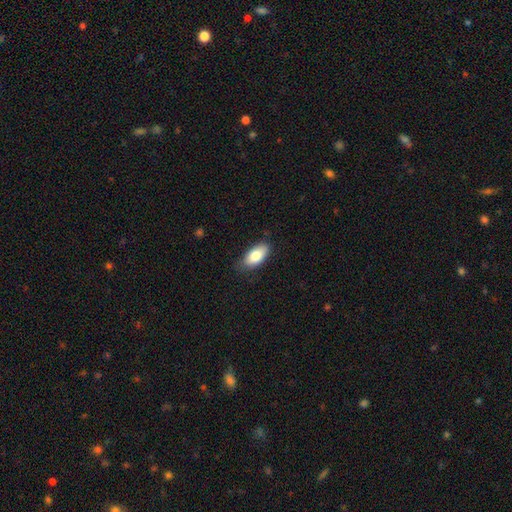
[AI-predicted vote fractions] The model was most divided on "merging": none: 79%, minor disturbance: 17%, major disturbance: 3%, merger: 1%. More confident: how rounded — in between (92%); smooth or featured — smooth (80%).